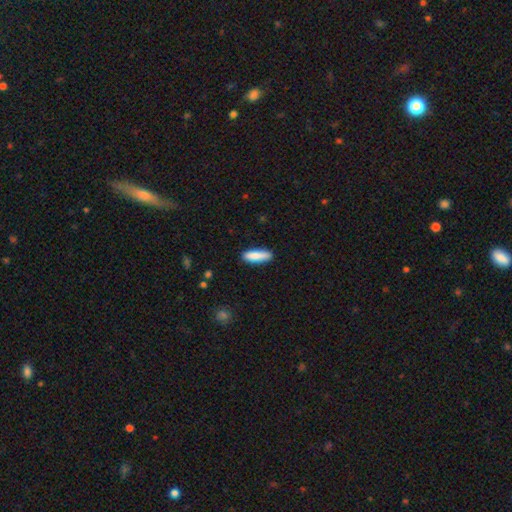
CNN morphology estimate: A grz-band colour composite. It shows a smooth galaxy with no disk features (87%) that is cigar-shaped (53%). Merging: none (86%).